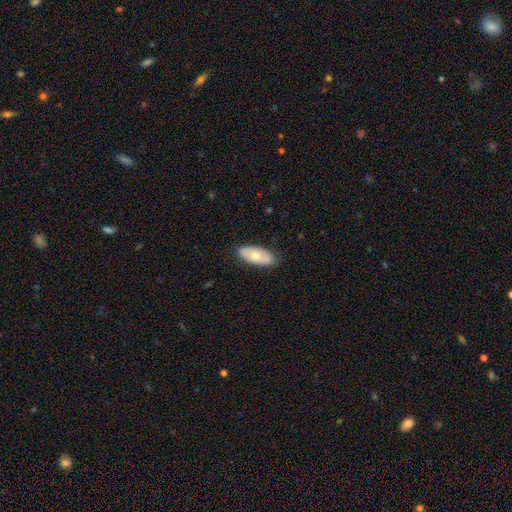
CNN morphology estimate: Smooth or featured?
  - smooth: 63% *
  - featured or disk: 31%
  - star or artifact: 6%
How rounded?
  - in between: 89% *
  - cigar-shaped: 8%
  - round: 3%
Merging?
  - none: 86% *
  - minor disturbance: 11%
  - major disturbance: 2%
  - merger: 1%